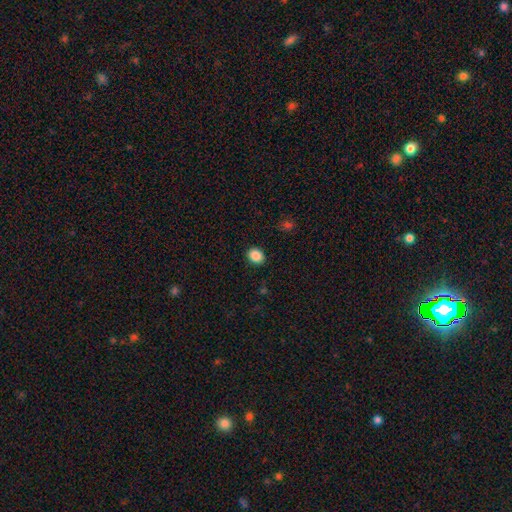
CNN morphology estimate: Overall: smooth (88%). How rounded: round (58%; in between 42%). Merging: none (90%).